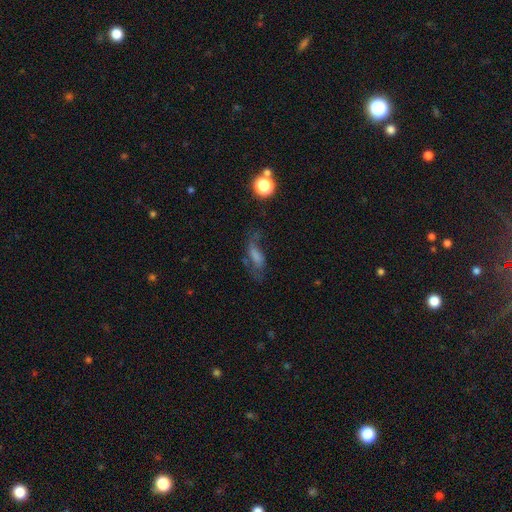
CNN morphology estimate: Smooth or featured? Predicted: featured or disk (p=0.42). Merging? Predicted: none (p=0.50).